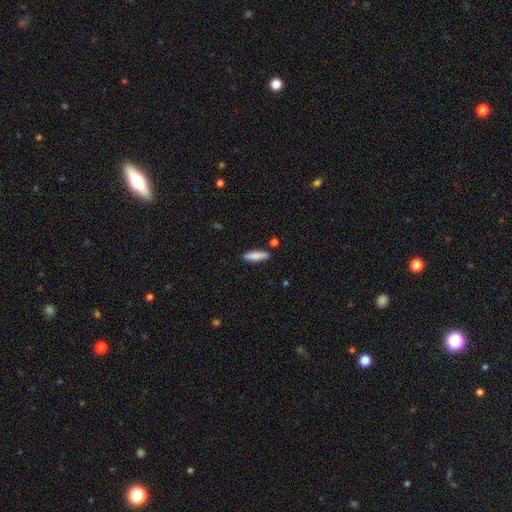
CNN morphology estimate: Smooth or featured? Predicted: smooth (p=0.83). How rounded? Predicted: cigar-shaped (p=0.70). Merging? Predicted: none (p=0.85).